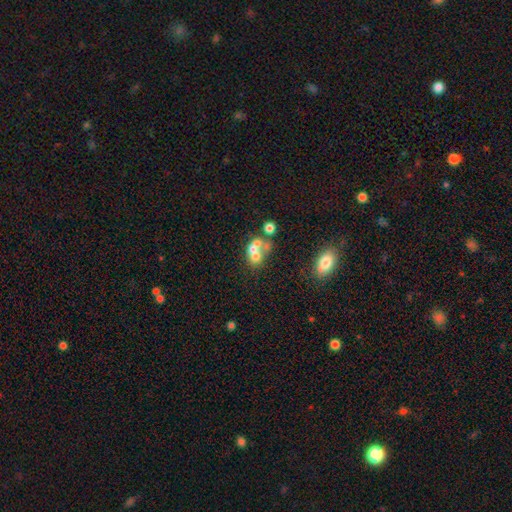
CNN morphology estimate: Smooth or featured? Predicted: smooth (p=0.52). How rounded? Predicted: round (p=0.53). Merging? Predicted: merger (p=0.60).